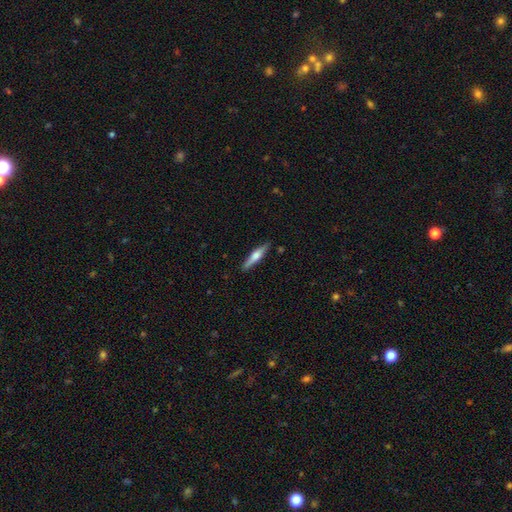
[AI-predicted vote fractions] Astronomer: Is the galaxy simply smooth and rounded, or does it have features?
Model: featured or disk — 52% (runner-up: smooth, 42%).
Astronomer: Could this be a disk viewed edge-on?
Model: yes — 96%.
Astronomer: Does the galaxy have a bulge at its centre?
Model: rounded — 88%.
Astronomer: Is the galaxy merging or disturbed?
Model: none — 89%.